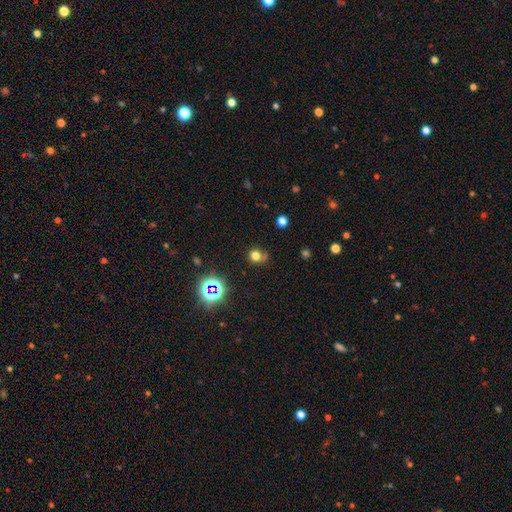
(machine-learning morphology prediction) smooth-or-featured: smooth: 70% | star or artifact: 22% | featured or disk: 8%
  how-rounded: round: 86% | in between: 13% | cigar-shaped: 1%
  merging: none: 67% | minor disturbance: 16% | merger: 10% | major disturbance: 7%